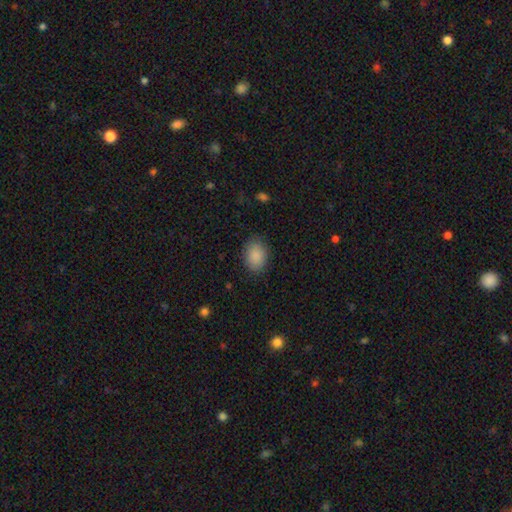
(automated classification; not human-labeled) smooth-or-featured: smooth: 89% | star or artifact: 8% | featured or disk: 4%
  how-rounded: in between: 73% | round: 26% | cigar-shaped: 1%
  merging: none: 85% | minor disturbance: 11% | major disturbance: 3% | merger: 1%